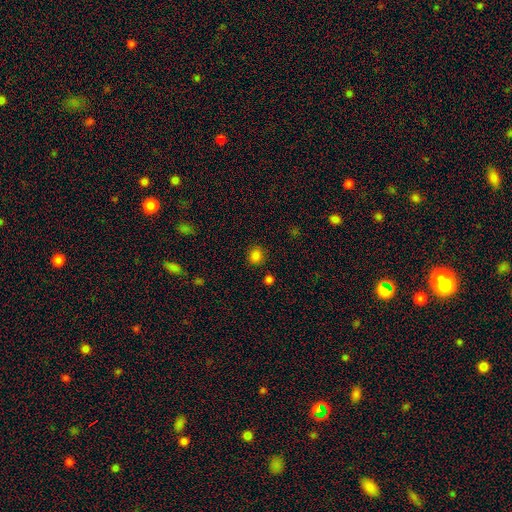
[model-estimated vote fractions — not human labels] smooth-or-featured: smooth: 82% | star or artifact: 14% | featured or disk: 4%
  how-rounded: round: 78% | in between: 21% | cigar-shaped: 1%
  merging: none: 87% | minor disturbance: 8% | merger: 3% | major disturbance: 2%